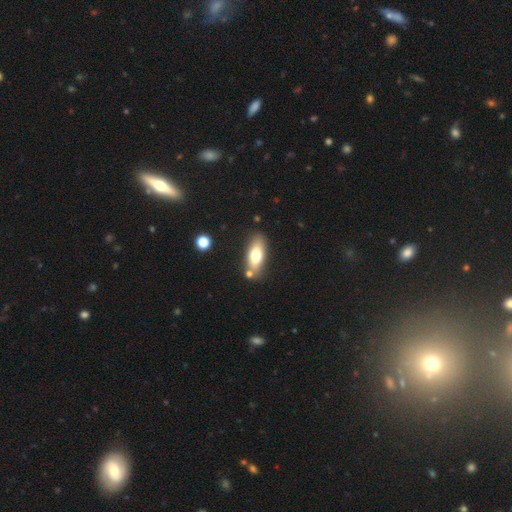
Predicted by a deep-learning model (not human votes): Q: Smooth or featured?
A: smooth (70%); runner-up: featured or disk (23%)
Q: How rounded?
A: in between (76%); runner-up: cigar-shaped (21%)
Q: Merging?
A: none (76%); runner-up: minor disturbance (13%)